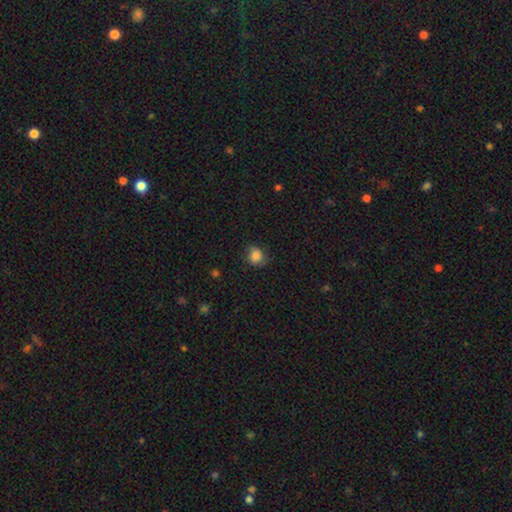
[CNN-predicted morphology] smooth-or-featured: smooth: 82% | star or artifact: 10% | featured or disk: 9%
  how-rounded: round: 65% | in between: 34% | cigar-shaped: 1%
  merging: none: 63% | minor disturbance: 27% | major disturbance: 9% | merger: 1%